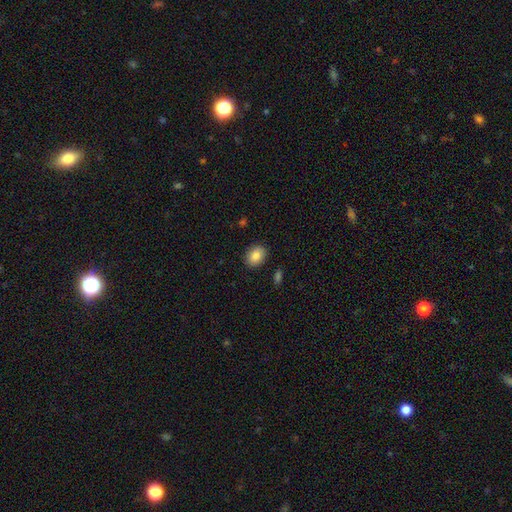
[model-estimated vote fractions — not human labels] Morphology: type=smooth (86%); roundness=in between (60%); merging=none (88%).